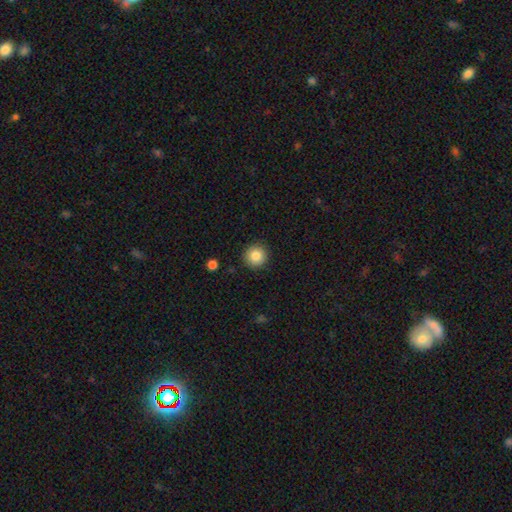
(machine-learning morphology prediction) Q: Smooth or featured?
A: smooth (85%); runner-up: star or artifact (9%)
Q: How rounded?
A: round (95%); runner-up: in between (4%)
Q: Merging?
A: none (91%); runner-up: minor disturbance (6%)